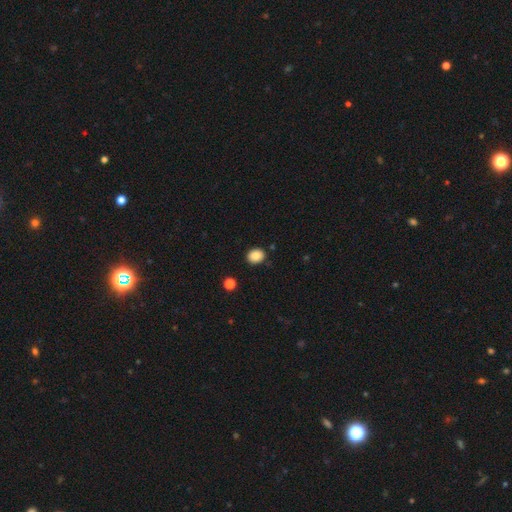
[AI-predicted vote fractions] smooth_or_featured: smooth (p=0.87) [alt: star or artifact p=0.09]
how_rounded: round (p=0.53) [alt: in between p=0.46]
merging: none (p=0.88) [alt: minor disturbance p=0.08]